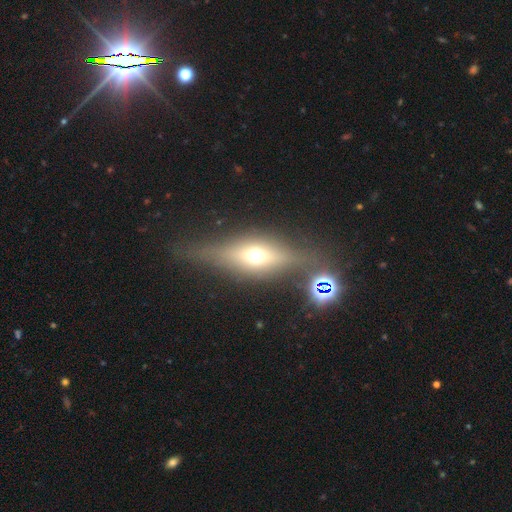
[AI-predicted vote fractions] A featured or disk galaxy (45%). Merging: none (72%).